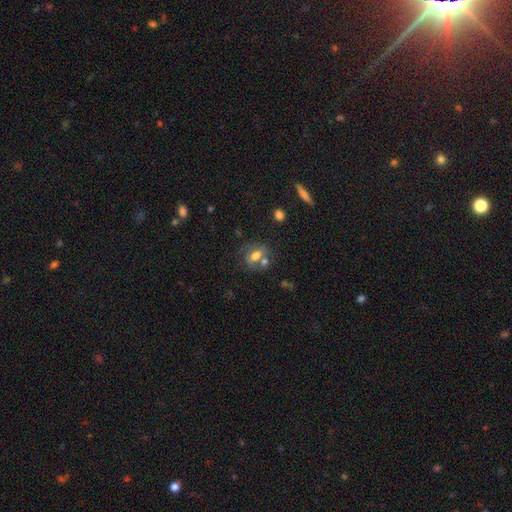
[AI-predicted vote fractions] The model was most divided on "merging": none: 46%, merger: 31%, minor disturbance: 16%, major disturbance: 7%. More confident: how rounded — in between (65%); smooth or featured — smooth (63%).